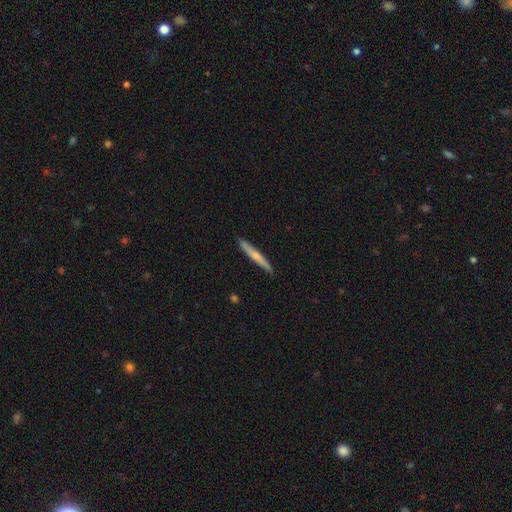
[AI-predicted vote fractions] smooth 56%, featured or disk 39%, star or artifact 5%. Down the decision tree: how rounded — cigar-shaped (96%); merging — none (90%).